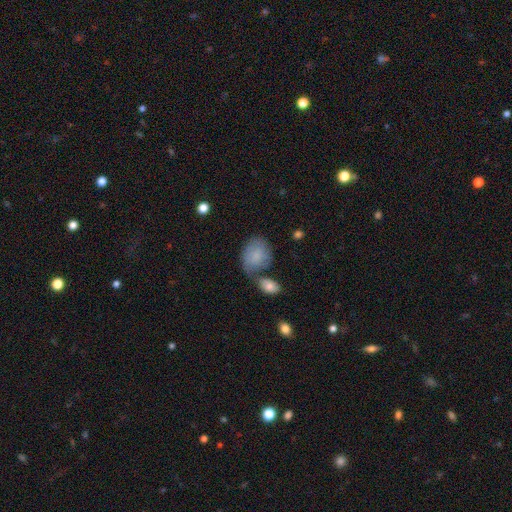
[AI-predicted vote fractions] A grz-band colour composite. It shows a smooth galaxy with no disk features (76%) that is in between round and cigar-shaped (60%). Merging: none (44%).